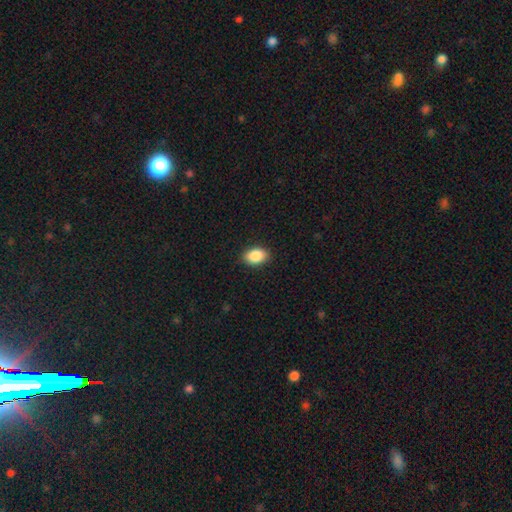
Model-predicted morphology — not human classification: A smooth galaxy with no disk features (88%) that is in between round and cigar-shaped (84%).

Vote fractions:
- Smooth or featured? smooth: 88% / star or artifact: 7% / featured or disk: 5%
- How rounded? in between: 84% / round: 15% / cigar-shaped: 1%
- Merging? none: 89% / minor disturbance: 8% / major disturbance: 2% / merger: 1%